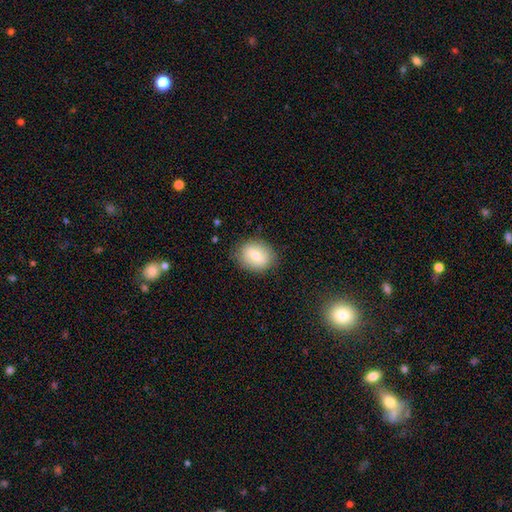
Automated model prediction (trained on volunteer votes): A smooth galaxy with no disk features (72%) that is in between round and cigar-shaped (50%).

Vote fractions:
- Smooth or featured? smooth: 72% / featured or disk: 20% / star or artifact: 8%
- How rounded? in between: 50% / round: 49% / cigar-shaped: 1%
- Merging? none: 83% / minor disturbance: 13% / major disturbance: 3% / merger: 1%